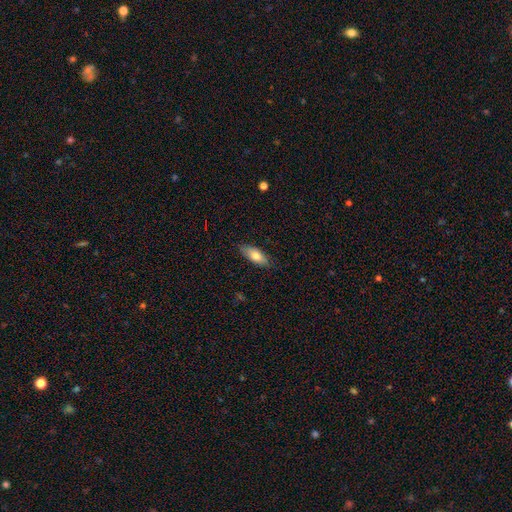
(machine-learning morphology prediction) Q: Smooth or featured?
A: smooth (75%); runner-up: featured or disk (19%)
Q: How rounded?
A: in between (76%); runner-up: cigar-shaped (21%)
Q: Merging?
A: none (83%); runner-up: minor disturbance (14%)